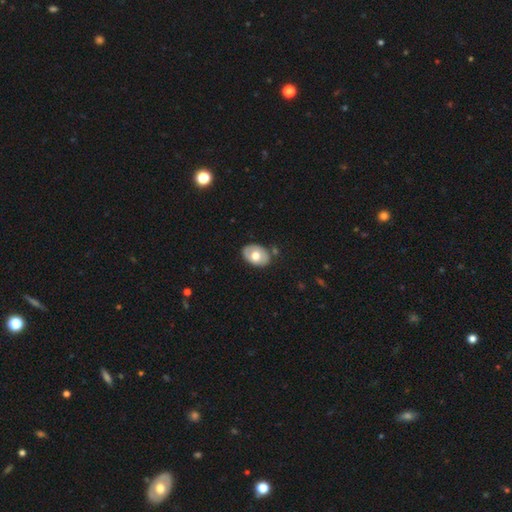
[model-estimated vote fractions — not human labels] Overall: smooth (61%; featured or disk 33%). How rounded: in between (80%). Merging: none (78%).